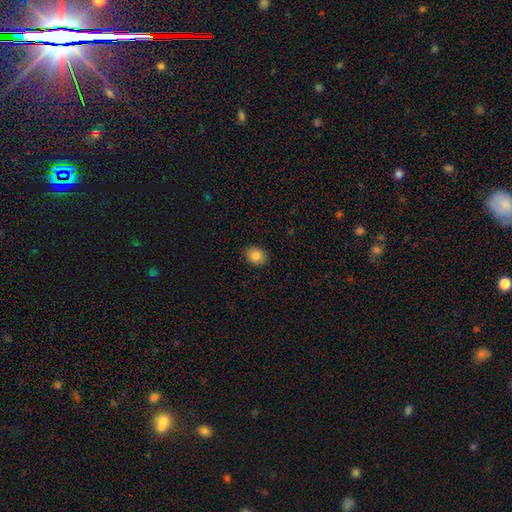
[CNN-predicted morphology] smooth 85%, star or artifact 9%, featured or disk 6%. Down the decision tree: how rounded — in between (55%); merging — none (89%).